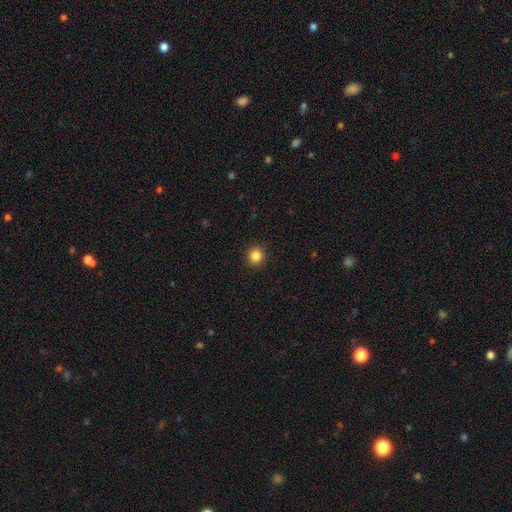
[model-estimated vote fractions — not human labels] Morphology: type=smooth (85%); roundness=round (91%); merging=none (92%).